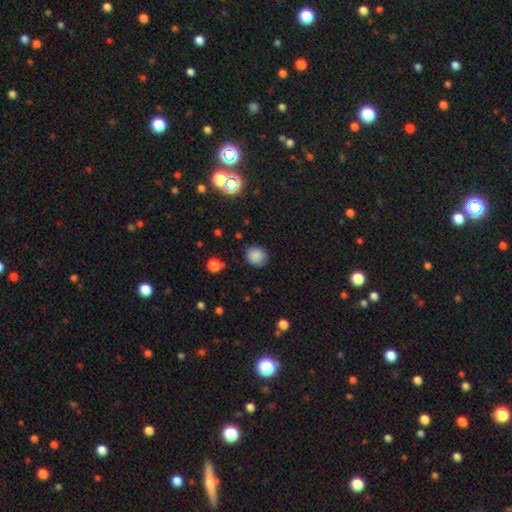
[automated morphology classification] smooth_or_featured: smooth (p=0.85) [alt: star or artifact p=0.11]
how_rounded: round (p=0.79) [alt: in between p=0.20]
merging: none (p=0.82) [alt: minor disturbance p=0.13]